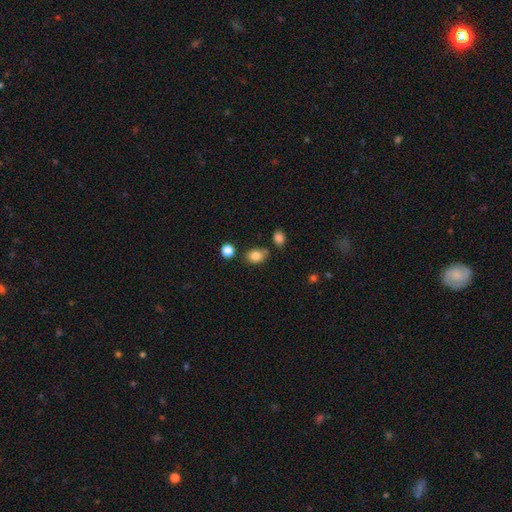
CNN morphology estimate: This is clearly a smooth galaxy (83%). How rounded: likely in between (69%). Merging: likely none (74%).